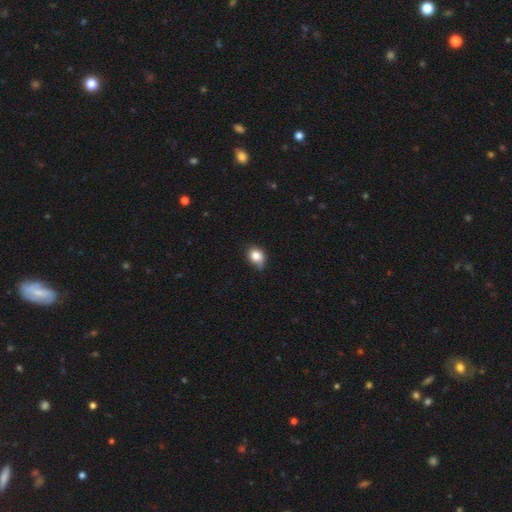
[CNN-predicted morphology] Overall: smooth (81%). How rounded: round (52%; in between 47%). Merging: none (54%; minor disturbance 37%).